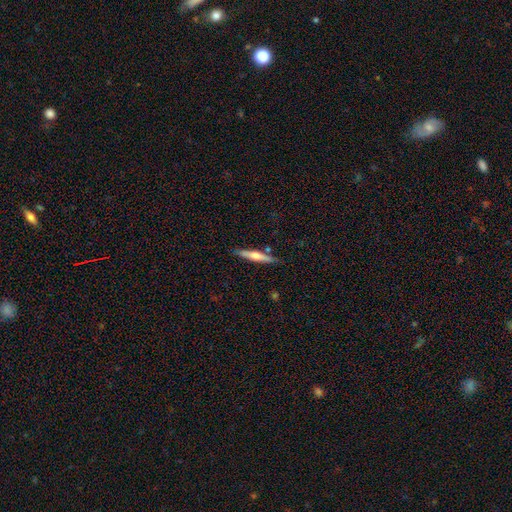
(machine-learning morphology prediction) The model was most divided on "smooth or featured": featured or disk: 53%, smooth: 41%, star or artifact: 6%. More confident: edge-on disk — yes (96%); merging — none (85%); edge-on bulge — rounded (81%).